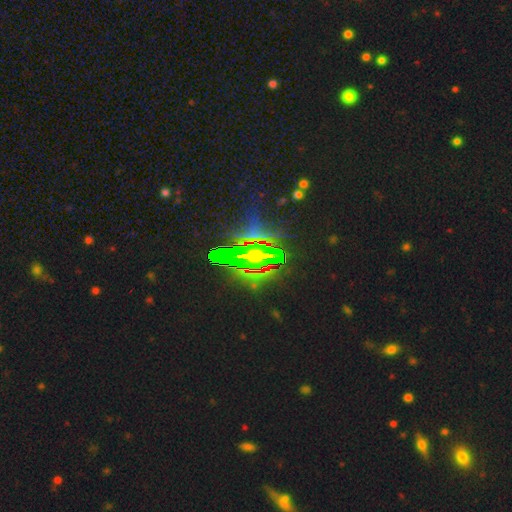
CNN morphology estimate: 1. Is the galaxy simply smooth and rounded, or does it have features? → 75% star or artifact, 13% smooth, 12% featured or disk.